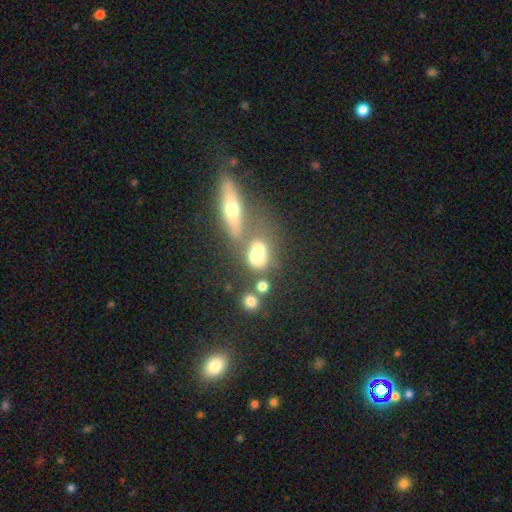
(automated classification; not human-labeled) smooth 62%, featured or disk 23%, star or artifact 15%. Down the decision tree: how rounded — in between (56%); merging — merger (53%).